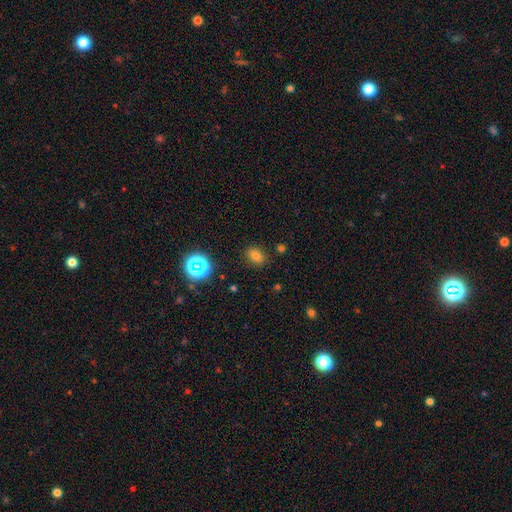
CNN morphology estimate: Q: Smooth or featured?
A: smooth (72%); runner-up: star or artifact (20%)
Q: How rounded?
A: in between (71%); runner-up: round (27%)
Q: Merging?
A: none (84%); runner-up: minor disturbance (10%)